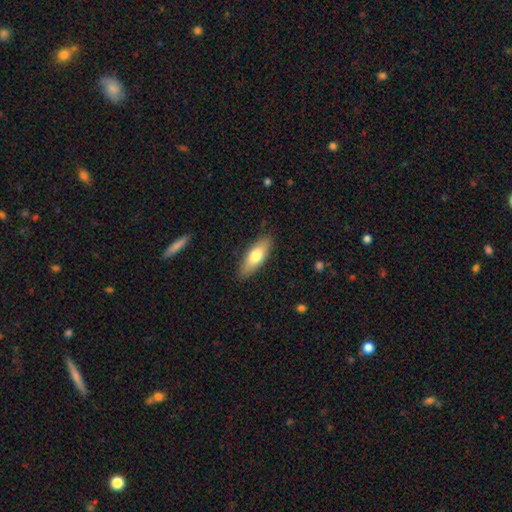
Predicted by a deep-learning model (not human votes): Q: Smooth or featured?
A: smooth (72%); runner-up: featured or disk (22%)
Q: How rounded?
A: in between (65%); runner-up: cigar-shaped (33%)
Q: Merging?
A: none (86%); runner-up: minor disturbance (10%)